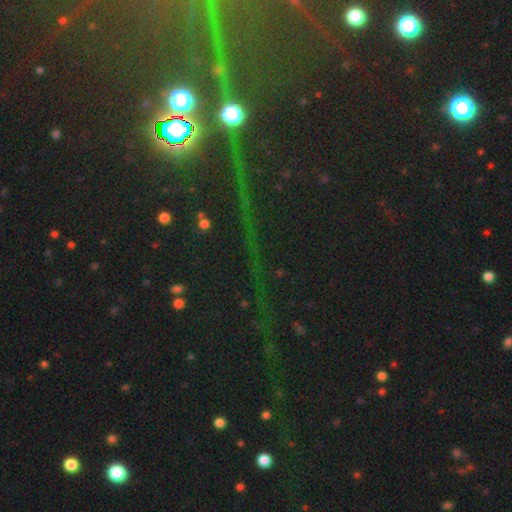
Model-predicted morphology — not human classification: smooth_or_featured: star or artifact (p=0.82) [alt: smooth p=0.09]